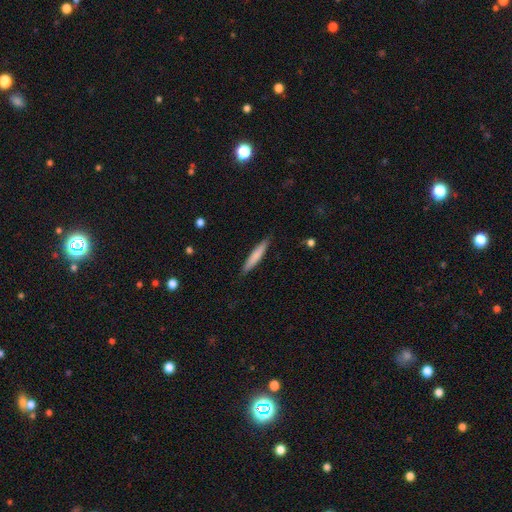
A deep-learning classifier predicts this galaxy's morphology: smooth-or-featured: smooth: 77% | featured or disk: 18% | star or artifact: 5%
  how-rounded: cigar-shaped: 92% | in between: 7% | round: 1%
  merging: none: 88% | minor disturbance: 9% | major disturbance: 2% | merger: 1%